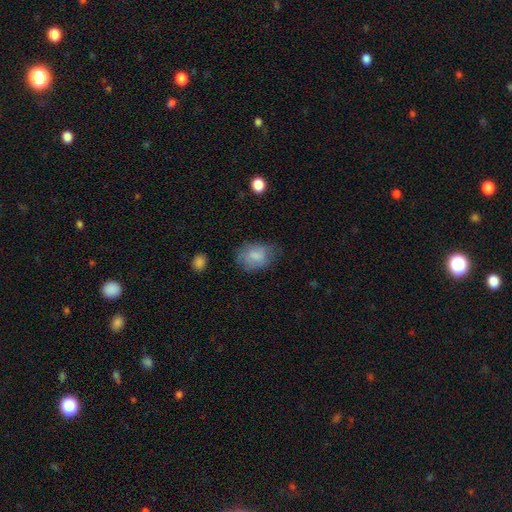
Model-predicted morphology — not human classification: A smooth galaxy with no disk features (78%) that is in between round and cigar-shaped (71%).

Vote fractions:
- Smooth or featured? smooth: 78% / featured or disk: 14% / star or artifact: 8%
- How rounded? in between: 71% / round: 28% / cigar-shaped: 1%
- Merging? none: 61% / minor disturbance: 27% / major disturbance: 10% / merger: 2%